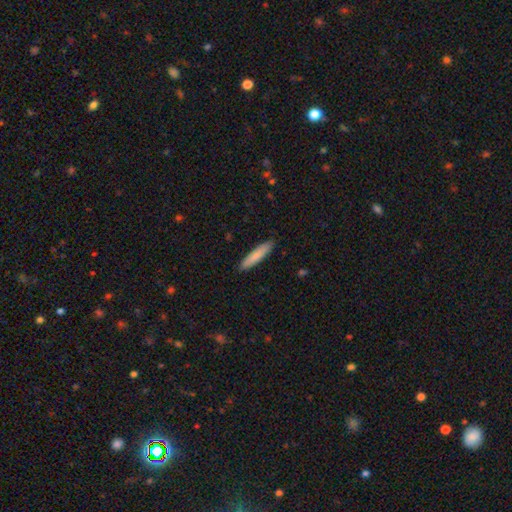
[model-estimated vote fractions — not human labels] Smooth or featured? Predicted: smooth (p=0.83). How rounded? Predicted: cigar-shaped (p=0.86). Merging? Predicted: none (p=0.90).